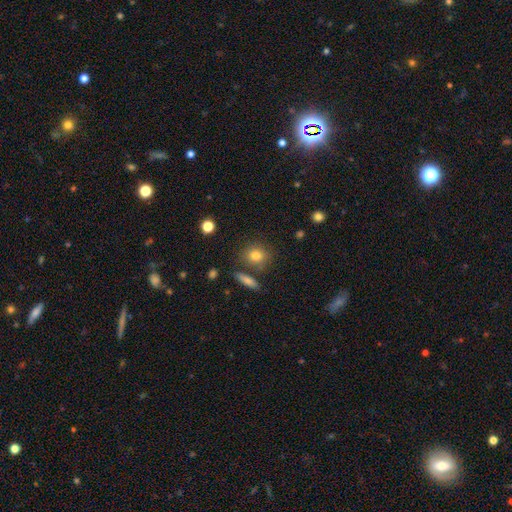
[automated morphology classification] A smooth galaxy with no disk features (80%) that is round (69%).

Vote fractions:
- Smooth or featured? smooth: 80% / featured or disk: 10% / star or artifact: 10%
- How rounded? round: 69% / in between: 28% / cigar-shaped: 3%
- Merging? none: 75% / minor disturbance: 11% / merger: 10% / major disturbance: 4%